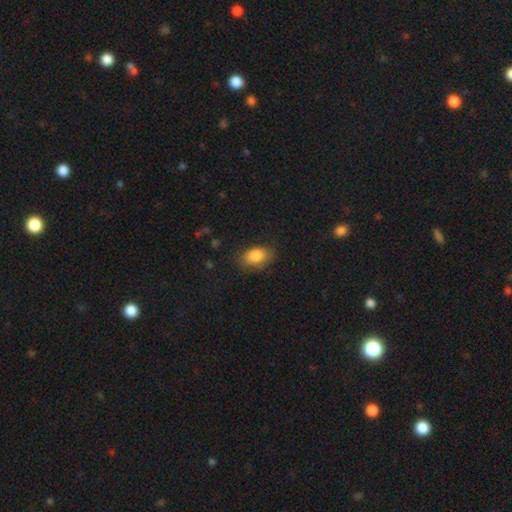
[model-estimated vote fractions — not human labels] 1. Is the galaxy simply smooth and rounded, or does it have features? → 85% smooth, 8% star or artifact, 7% featured or disk.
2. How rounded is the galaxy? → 86% in between, 12% round, 2% cigar-shaped.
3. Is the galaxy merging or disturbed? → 74% none, 19% minor disturbance, 5% major disturbance, 1% merger.